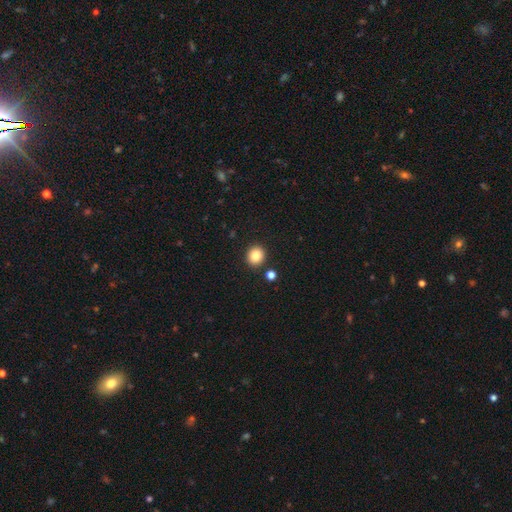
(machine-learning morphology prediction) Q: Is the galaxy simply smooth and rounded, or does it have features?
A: smooth — 84%.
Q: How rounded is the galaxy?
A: round — 83%.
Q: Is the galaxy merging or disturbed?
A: none — 89%.